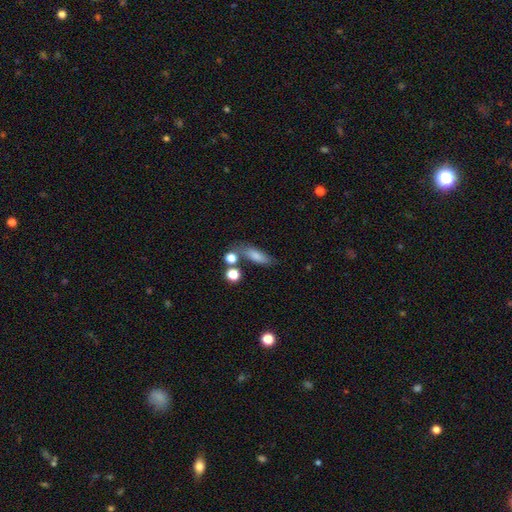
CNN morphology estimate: smooth-or-featured: smooth: 77% | featured or disk: 13% | star or artifact: 9%
  how-rounded: in between: 56% | cigar-shaped: 37% | round: 8%
  merging: none: 59% | minor disturbance: 18% | merger: 16% | major disturbance: 8%